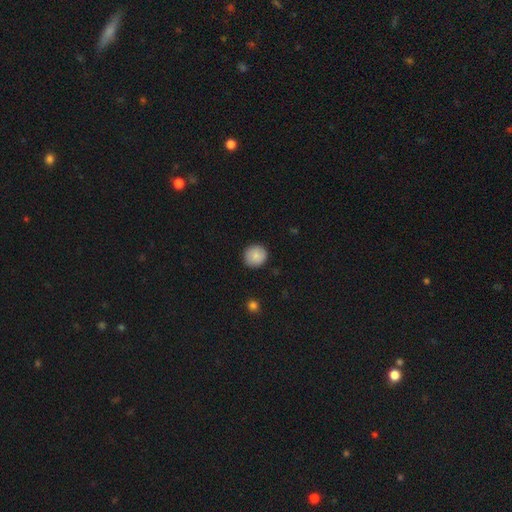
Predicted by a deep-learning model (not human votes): smooth_or_featured: smooth (p=0.85) [alt: featured or disk p=0.07]
how_rounded: round (p=0.88) [alt: in between p=0.11]
merging: none (p=0.89) [alt: minor disturbance p=0.08]